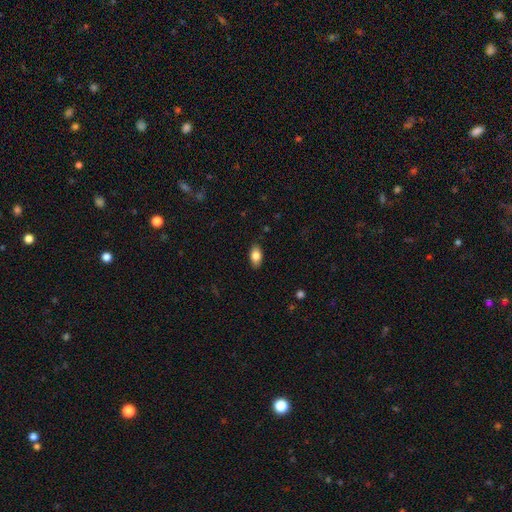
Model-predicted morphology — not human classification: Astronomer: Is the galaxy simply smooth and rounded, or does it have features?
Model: smooth — 83%.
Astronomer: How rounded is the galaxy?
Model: in between — 90%.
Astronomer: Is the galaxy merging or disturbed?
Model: none — 86%.